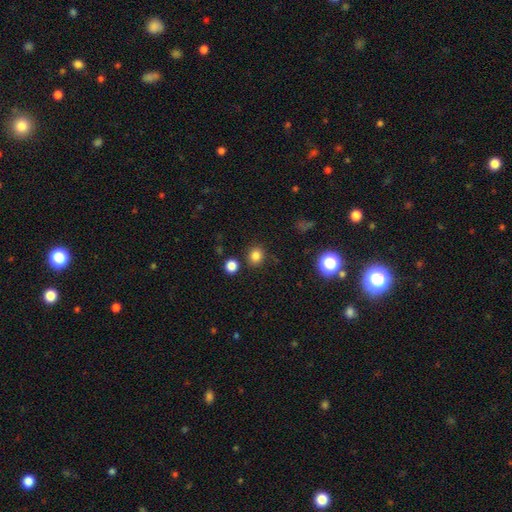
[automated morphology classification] Q: Smooth or featured?
A: smooth (82%); runner-up: star or artifact (13%)
Q: How rounded?
A: round (79%); runner-up: in between (20%)
Q: Merging?
A: none (85%); runner-up: minor disturbance (8%)